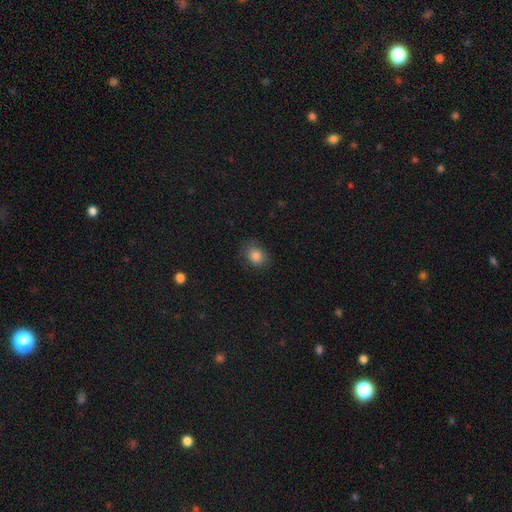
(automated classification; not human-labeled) The model was most divided on "how rounded": in between: 51%, round: 48%, cigar-shaped: 1%. More confident: smooth or featured — smooth (83%); merging — none (77%).